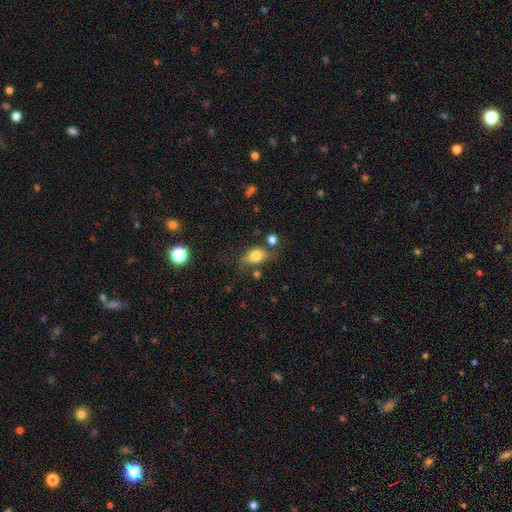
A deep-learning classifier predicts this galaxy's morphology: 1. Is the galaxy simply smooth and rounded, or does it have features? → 69% smooth, 21% featured or disk, 10% star or artifact.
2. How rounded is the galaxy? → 75% in between, 18% round, 7% cigar-shaped.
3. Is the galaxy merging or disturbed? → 63% none, 22% minor disturbance, 8% major disturbance, 7% merger.